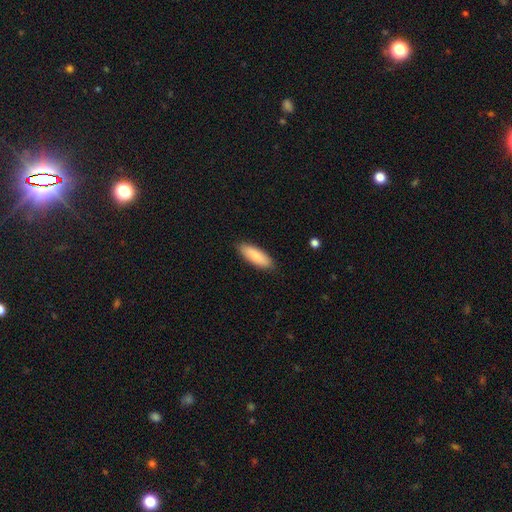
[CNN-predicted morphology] The model was most divided on "how rounded": in between: 61%, cigar-shaped: 37%, round: 2%. More confident: merging — none (89%); smooth or featured — smooth (85%).